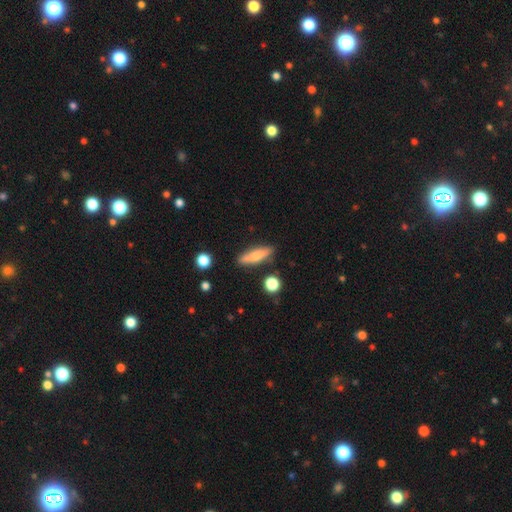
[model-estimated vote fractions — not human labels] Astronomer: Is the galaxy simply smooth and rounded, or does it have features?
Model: smooth — 68%.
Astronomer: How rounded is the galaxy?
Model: cigar-shaped — 64%.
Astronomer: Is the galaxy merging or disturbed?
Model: none — 81%.